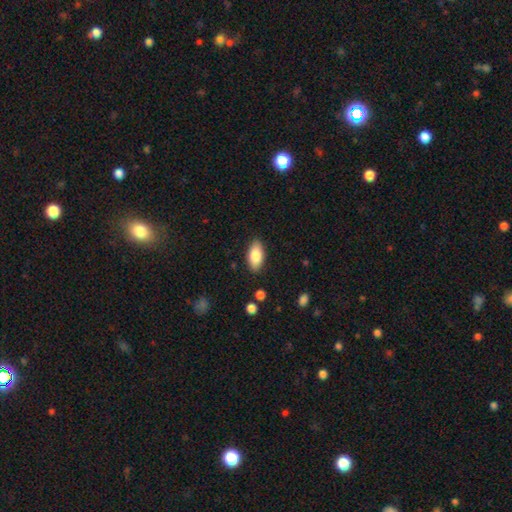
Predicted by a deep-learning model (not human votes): The model was most divided on "smooth or featured": smooth: 83%, featured or disk: 10%, star or artifact: 7%. More confident: how rounded — in between (91%); merging — none (87%).